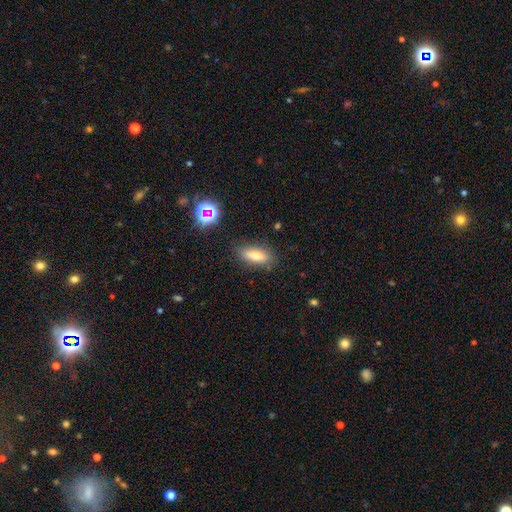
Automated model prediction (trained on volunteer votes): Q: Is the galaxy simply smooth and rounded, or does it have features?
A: smooth — 72%.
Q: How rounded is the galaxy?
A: in between — 69%.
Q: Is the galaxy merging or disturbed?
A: none — 82%.